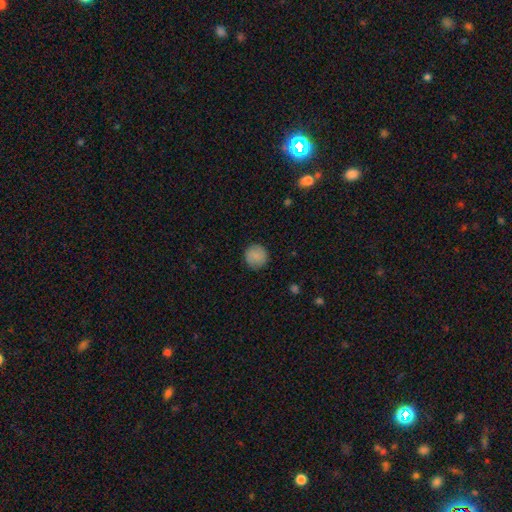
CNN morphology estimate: Smooth or featured: smooth — 87% (star or artifact — 8%)
How rounded: round — 94% (in between — 5%)
Merging: none — 88% (minor disturbance — 9%)